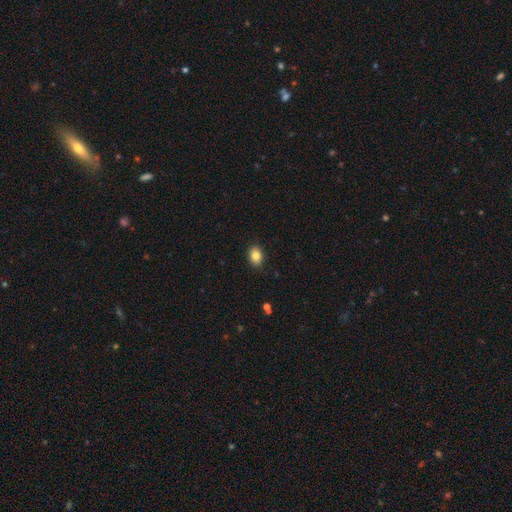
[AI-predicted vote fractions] smooth-or-featured: smooth: 84% | star or artifact: 9% | featured or disk: 7%
  how-rounded: in between: 76% | round: 23% | cigar-shaped: 1%
  merging: none: 89% | minor disturbance: 8% | major disturbance: 2% | merger: 1%